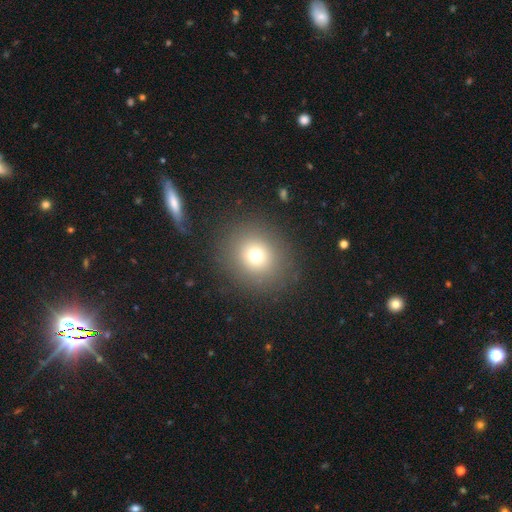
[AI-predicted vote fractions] Q: Smooth or featured?
A: smooth (72%); runner-up: star or artifact (15%)
Q: How rounded?
A: round (82%); runner-up: in between (17%)
Q: Merging?
A: none (86%); runner-up: minor disturbance (8%)